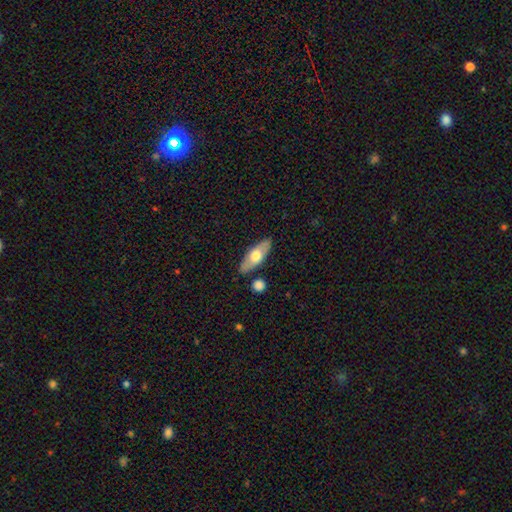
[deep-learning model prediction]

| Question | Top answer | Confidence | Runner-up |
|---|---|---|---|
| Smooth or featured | smooth | 56% | featured or disk (39%) |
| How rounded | in between | 67% | cigar-shaped (30%) |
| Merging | none | 83% | minor disturbance (11%) |